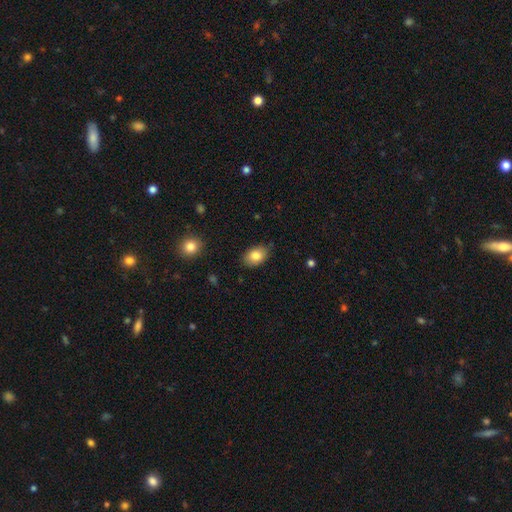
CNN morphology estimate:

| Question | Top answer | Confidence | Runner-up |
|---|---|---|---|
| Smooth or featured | smooth | 84% | featured or disk (8%) |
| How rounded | in between | 85% | round (14%) |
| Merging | none | 81% | minor disturbance (15%) |